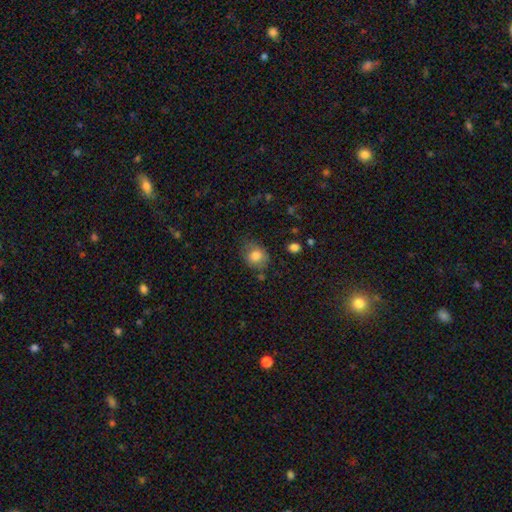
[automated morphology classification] The model was most divided on "how rounded": round: 63%, in between: 36%, cigar-shaped: 1%. More confident: smooth or featured — smooth (79%); merging — none (66%).